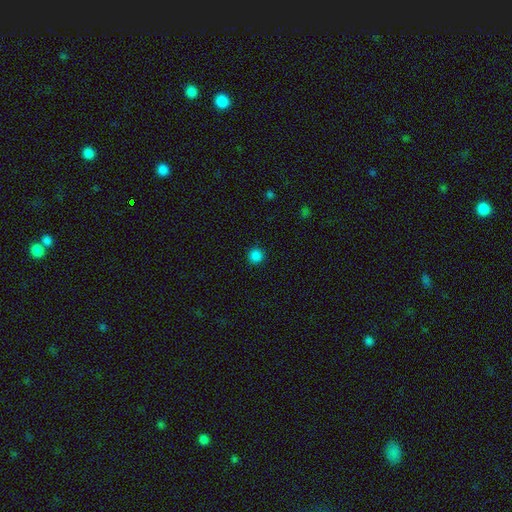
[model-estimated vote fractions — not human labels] A smooth galaxy with no disk features (84%) that is round (95%).

Vote fractions:
- Smooth or featured? smooth: 84% / star or artifact: 13% / featured or disk: 2%
- How rounded? round: 95% / in between: 4% / cigar-shaped: 1%
- Merging? none: 92% / minor disturbance: 5% / major disturbance: 2% / merger: 1%